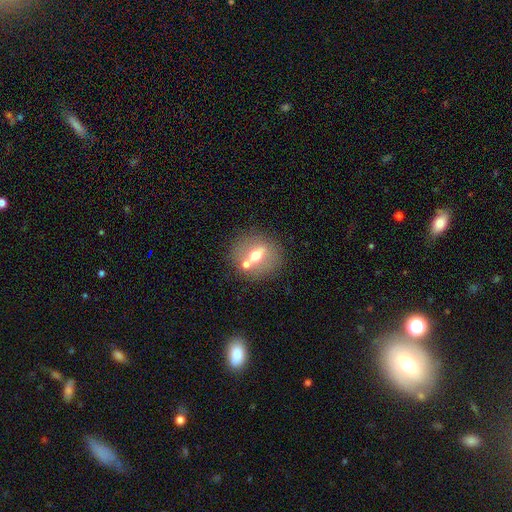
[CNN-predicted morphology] Smooth or featured?
  - featured or disk: 50% *
  - smooth: 40%
  - star or artifact: 10%
Merging?
  - none: 70% *
  - merger: 15%
  - minor disturbance: 10%
  - major disturbance: 4%